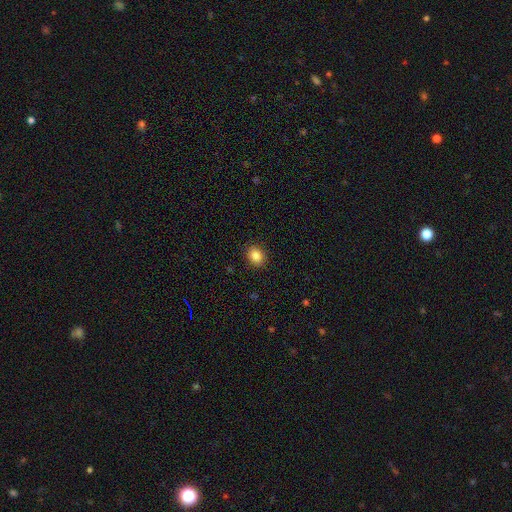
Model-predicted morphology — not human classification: Smooth or featured? smooth (87%)
How rounded? round (57%)
Merging? none (89%)